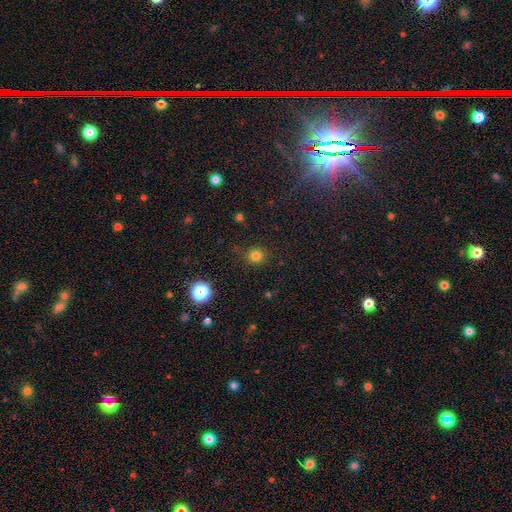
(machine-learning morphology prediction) A smooth galaxy with no disk features (78%) that is round (89%). Merging: none (86%).